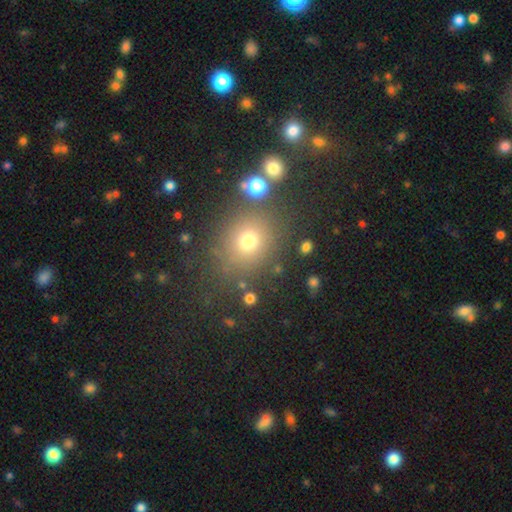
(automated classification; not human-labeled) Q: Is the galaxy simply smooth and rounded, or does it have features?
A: smooth — 61%.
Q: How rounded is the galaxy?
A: round — 73%.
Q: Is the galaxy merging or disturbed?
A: none — 81%.